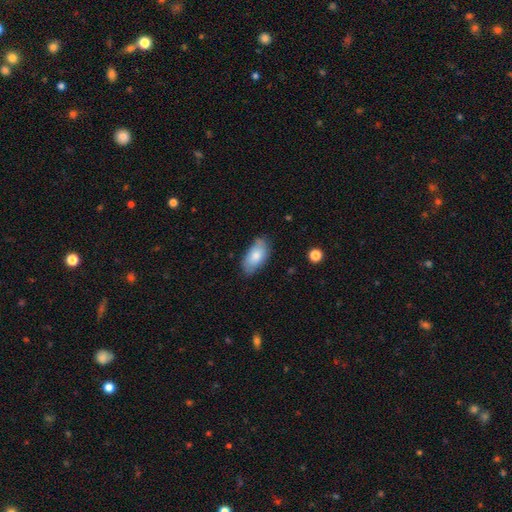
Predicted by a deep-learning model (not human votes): smooth-or-featured: smooth: 79% | featured or disk: 15% | star or artifact: 6%
  how-rounded: in between: 93% | cigar-shaped: 5% | round: 3%
  merging: none: 71% | minor disturbance: 23% | major disturbance: 4% | merger: 2%